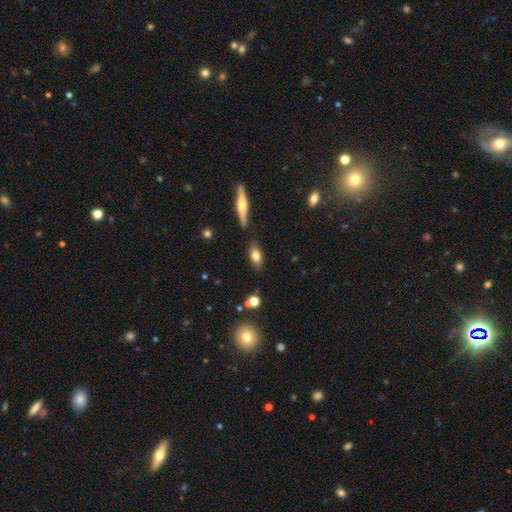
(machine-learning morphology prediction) type=smooth (70%); roundness=in between (77%); merging=none (81%).